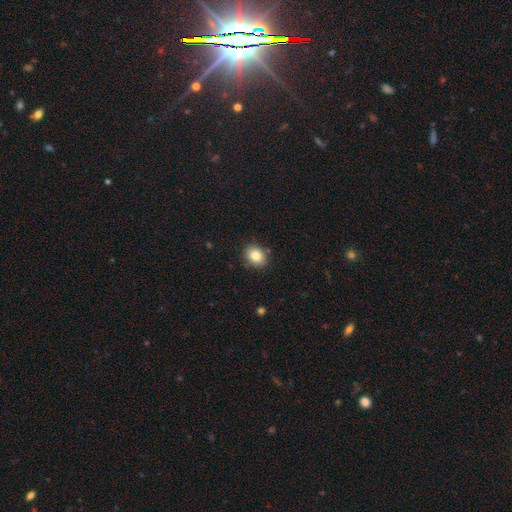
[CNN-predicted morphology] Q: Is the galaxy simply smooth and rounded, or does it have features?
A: smooth — 83%.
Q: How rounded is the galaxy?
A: in between — 54%.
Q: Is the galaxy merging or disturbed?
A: none — 86%.